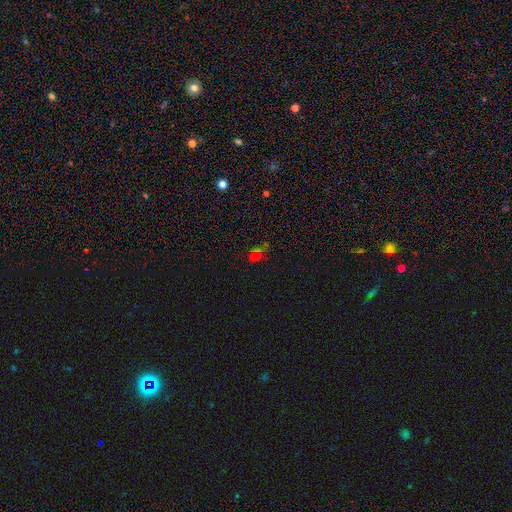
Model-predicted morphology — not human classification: A star or artifact, not a galaxy (47%).

Vote fractions:
- Smooth or featured? star or artifact: 47% / smooth: 40% / featured or disk: 13%